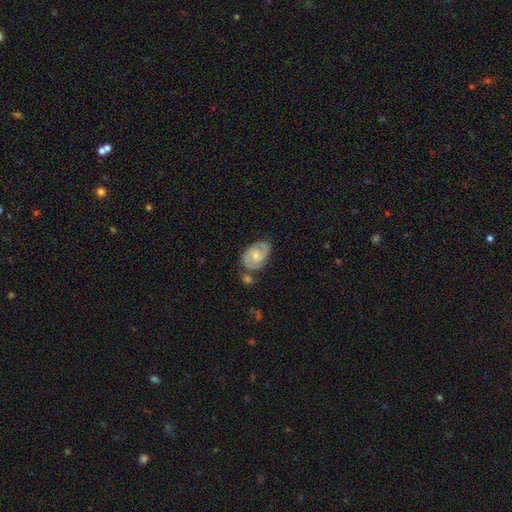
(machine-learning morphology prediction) This appears to be a featured or disk galaxy (77%) with no bar (61%), 2 (81%) tight (48%) spiral arms (94%) and a small central bulge (50%). Merging: none (63%).